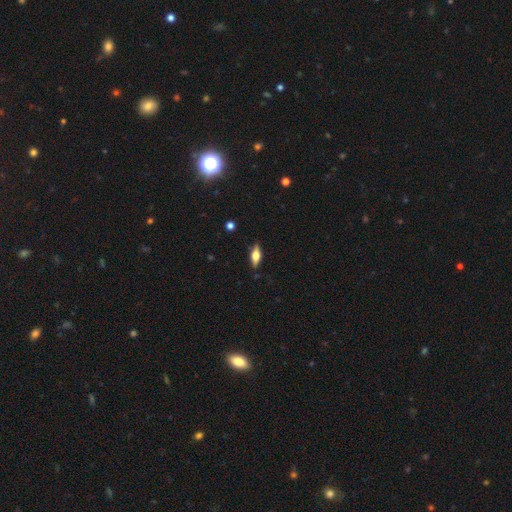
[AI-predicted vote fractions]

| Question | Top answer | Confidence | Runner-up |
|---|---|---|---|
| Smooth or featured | smooth | 49% | featured or disk (44%) |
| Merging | none | 85% | minor disturbance (11%) |